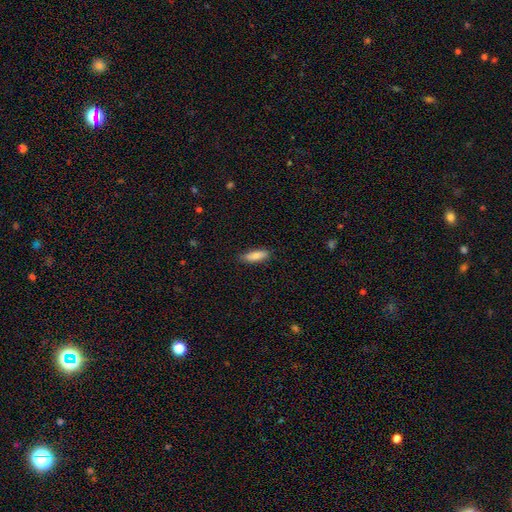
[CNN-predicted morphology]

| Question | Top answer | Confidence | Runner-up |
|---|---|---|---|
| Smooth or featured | smooth | 81% | featured or disk (12%) |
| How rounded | in between | 53% | cigar-shaped (45%) |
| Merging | none | 85% | minor disturbance (11%) |